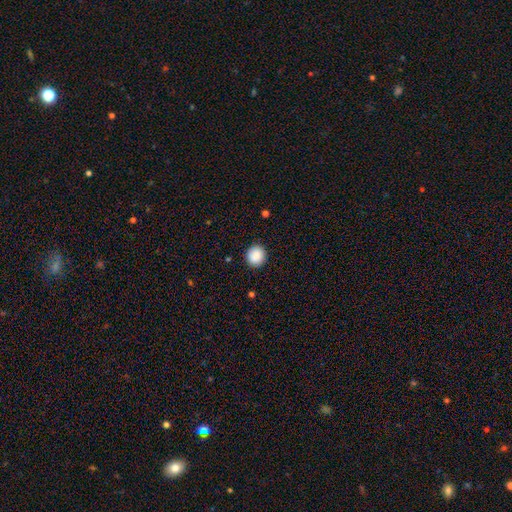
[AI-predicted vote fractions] A smooth galaxy with no disk features (89%) that is round (88%). Merging: none (91%).